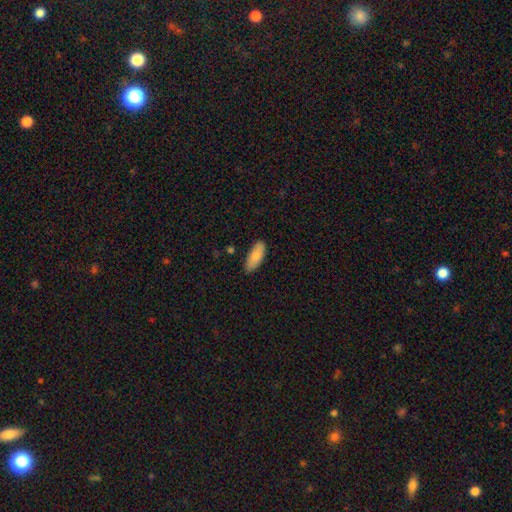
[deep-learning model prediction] A smooth galaxy with no disk features (85%) that is in between round and cigar-shaped (75%).

Vote fractions:
- Smooth or featured? smooth: 85% / featured or disk: 9% / star or artifact: 6%
- How rounded? in between: 75% / cigar-shaped: 24% / round: 2%
- Merging? none: 82% / minor disturbance: 14% / major disturbance: 2% / merger: 2%